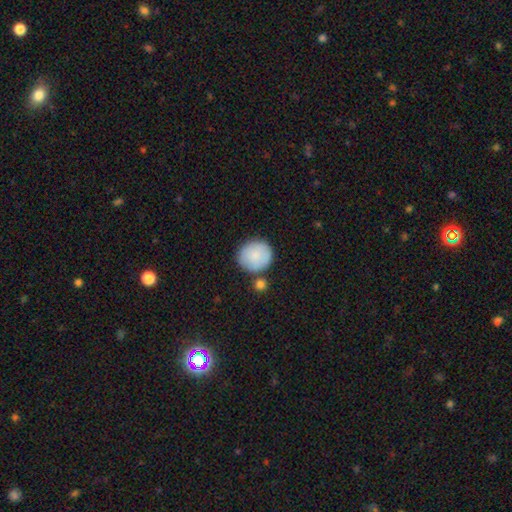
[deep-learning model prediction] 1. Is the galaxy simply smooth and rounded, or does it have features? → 84% smooth, 10% featured or disk, 6% star or artifact.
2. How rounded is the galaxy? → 87% round, 12% in between, 1% cigar-shaped.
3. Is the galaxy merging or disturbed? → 71% none, 14% minor disturbance, 11% merger, 4% major disturbance.